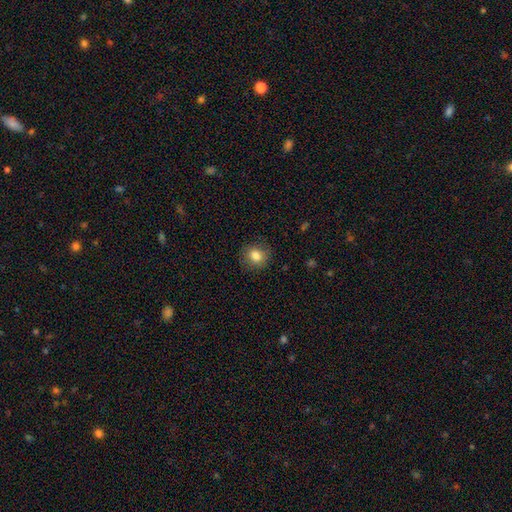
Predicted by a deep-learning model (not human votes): Q: Smooth or featured?
A: smooth (82%); runner-up: star or artifact (10%)
Q: How rounded?
A: round (79%); runner-up: in between (20%)
Q: Merging?
A: none (87%); runner-up: minor disturbance (9%)